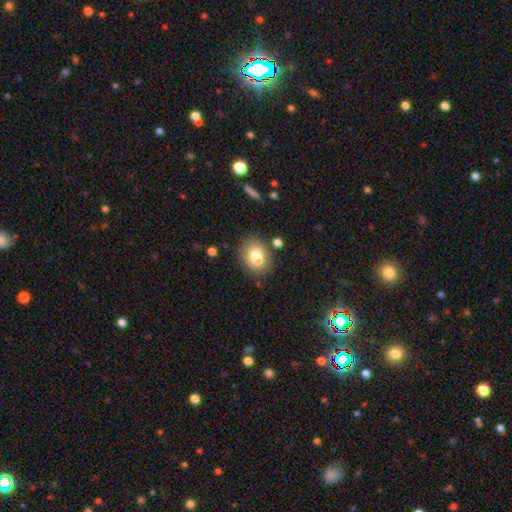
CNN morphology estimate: The model was most divided on "how rounded": round: 55%, in between: 44%, cigar-shaped: 1%. More confident: smooth or featured — smooth (74%); merging — none (65%).